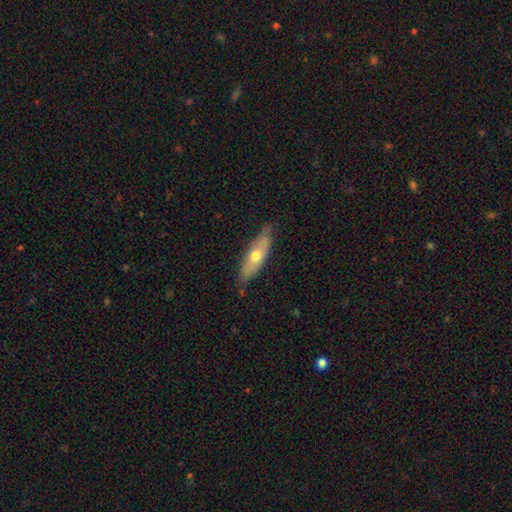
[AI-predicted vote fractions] Overall: smooth (53%; featured or disk 41%). How rounded: cigar-shaped (55%; in between 43%). Merging: none (77%).